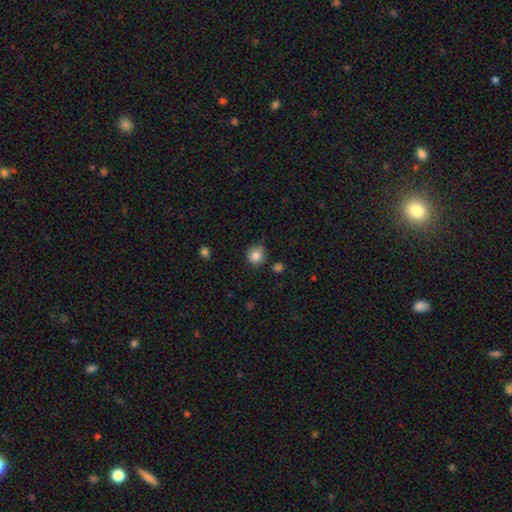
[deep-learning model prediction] Smooth or featured? Predicted: smooth (p=0.83). How rounded? Predicted: round (p=0.91). Merging? Predicted: none (p=0.80).